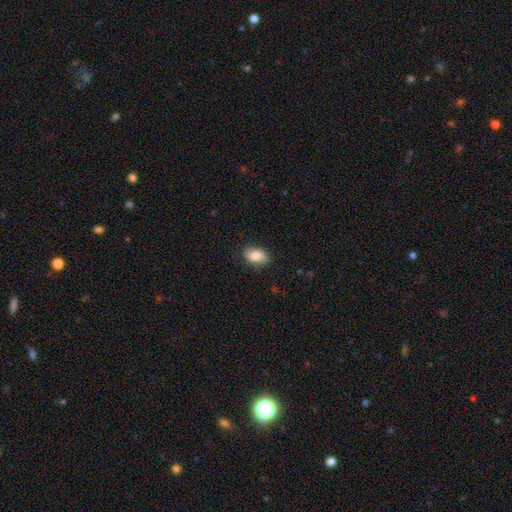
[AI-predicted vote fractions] Smooth or featured? smooth (76%)
How rounded? in between (88%)
Merging? none (81%)